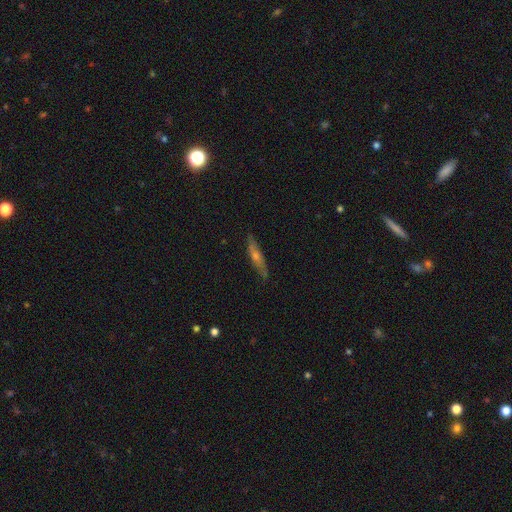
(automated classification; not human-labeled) This is possibly a featured or disk galaxy (57%). It is clearly viewed edge-on (86%). Merging: clearly none (84%).